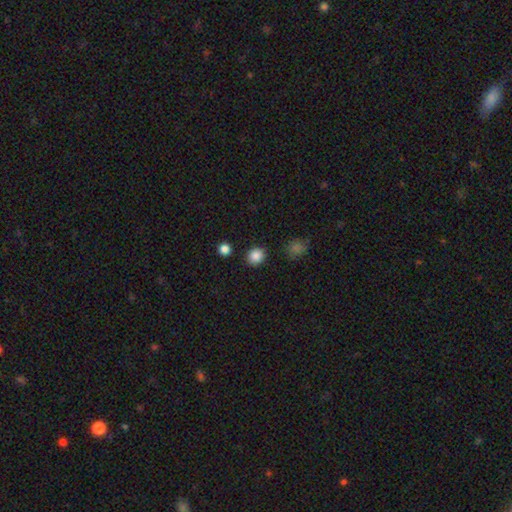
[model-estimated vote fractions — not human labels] Overall: smooth (85%). How rounded: round (73%). Merging: none (88%).